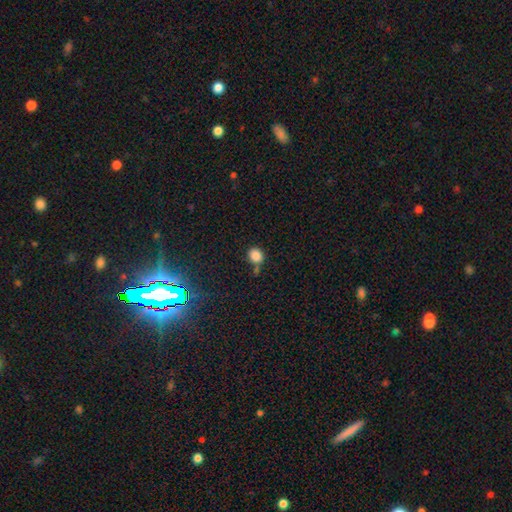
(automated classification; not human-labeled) smooth_or_featured: smooth (p=0.85) [alt: star or artifact p=0.11]
how_rounded: round (p=0.73) [alt: in between p=0.26]
merging: none (p=0.65) [alt: minor disturbance p=0.16]